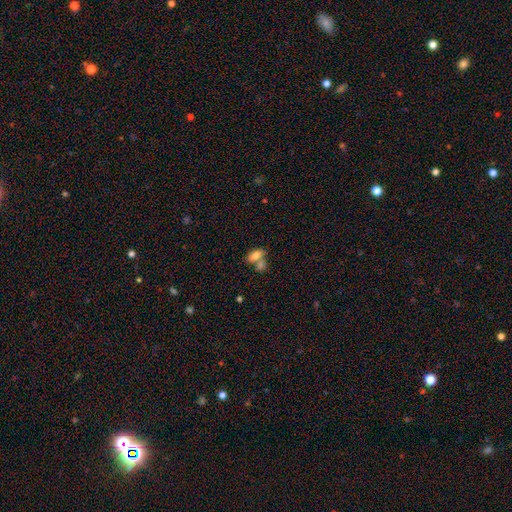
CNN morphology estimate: A smooth galaxy with no disk features (78%) that is in between round and cigar-shaped (88%). Merging: merger (49%).